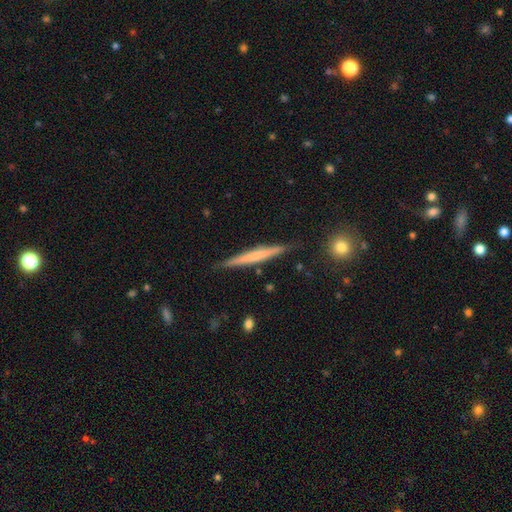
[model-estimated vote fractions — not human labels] smooth 48%, featured or disk 46%, star or artifact 6%. Down the decision tree: merging — none (87%).